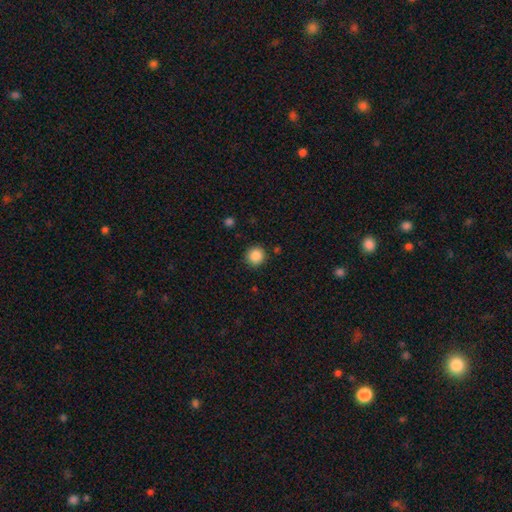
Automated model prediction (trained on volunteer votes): Q: Smooth or featured?
A: smooth (87%); runner-up: star or artifact (10%)
Q: How rounded?
A: round (93%); runner-up: in between (6%)
Q: Merging?
A: none (89%); runner-up: minor disturbance (7%)